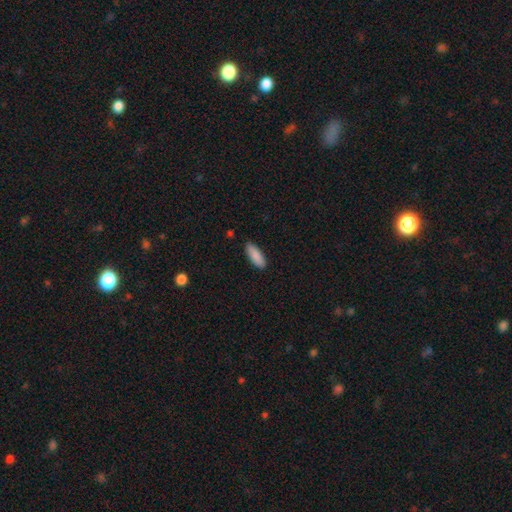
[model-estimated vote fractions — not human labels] Smooth or featured?
  - smooth: 89% *
  - star or artifact: 6%
  - featured or disk: 5%
How rounded?
  - in between: 66% *
  - cigar-shaped: 32%
  - round: 2%
Merging?
  - none: 86% *
  - minor disturbance: 11%
  - major disturbance: 2%
  - merger: 1%